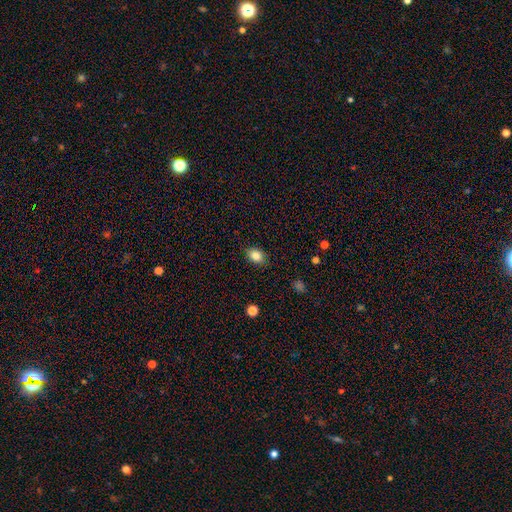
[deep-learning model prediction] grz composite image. It shows a smooth galaxy with no disk features (85%) that is in between round and cigar-shaped (74%). Merging: none (86%).